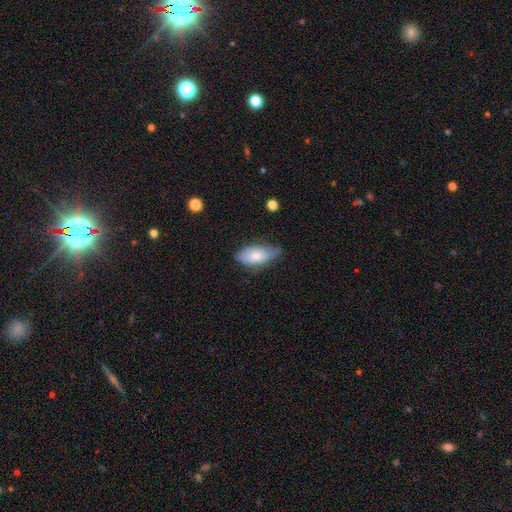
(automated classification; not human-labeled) This is likely a smooth galaxy (73%). How rounded: clearly in between (89%). Merging: possibly none (56%).